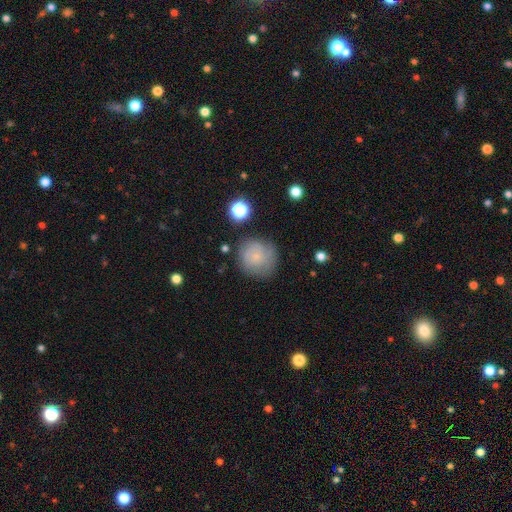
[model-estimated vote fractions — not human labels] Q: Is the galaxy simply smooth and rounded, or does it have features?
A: smooth — 65%.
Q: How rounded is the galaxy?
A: round — 90%.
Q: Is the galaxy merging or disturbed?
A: none — 70%.